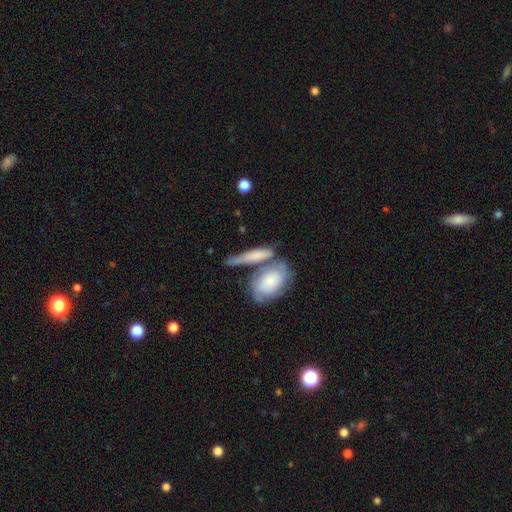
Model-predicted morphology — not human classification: This appears to be a smooth galaxy with no disk features (59%) that is in between round and cigar-shaped (48%). Merging: none (40%).